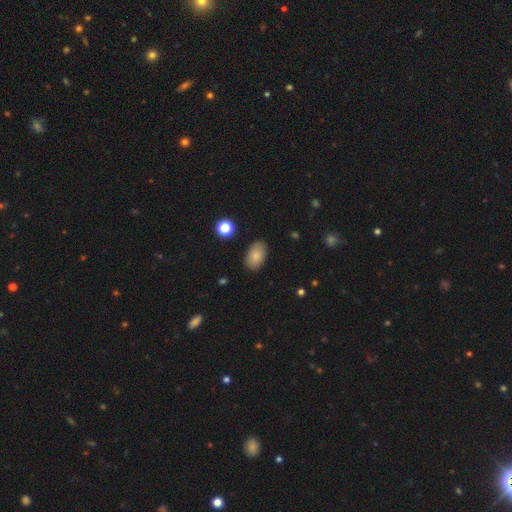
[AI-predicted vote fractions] Overall: smooth (85%). How rounded: in between (92%). Merging: none (86%).